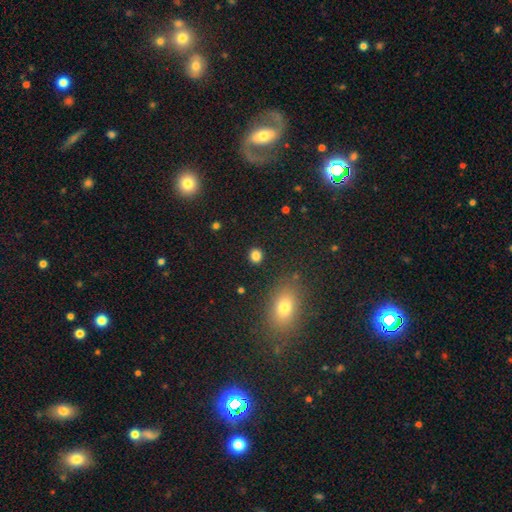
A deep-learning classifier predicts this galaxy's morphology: The model was most divided on "how rounded": round: 81%, in between: 18%, cigar-shaped: 1%. More confident: merging — none (90%); smooth or featured — smooth (83%).